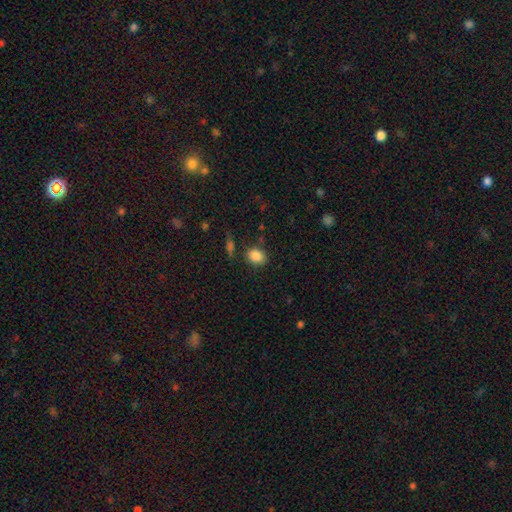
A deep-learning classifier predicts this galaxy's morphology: Smooth or featured: smooth — 87% (star or artifact — 9%)
How rounded: in between — 59% (round — 40%)
Merging: none — 77% (minor disturbance — 14%)